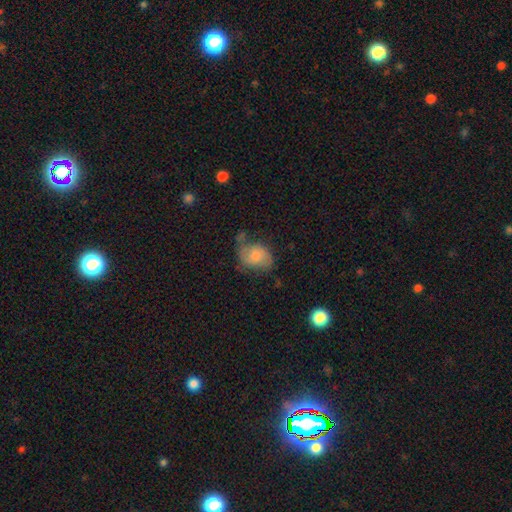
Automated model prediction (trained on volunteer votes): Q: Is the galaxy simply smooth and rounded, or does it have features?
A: smooth — 55%.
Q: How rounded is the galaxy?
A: in between — 63%.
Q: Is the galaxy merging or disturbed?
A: none — 41%.